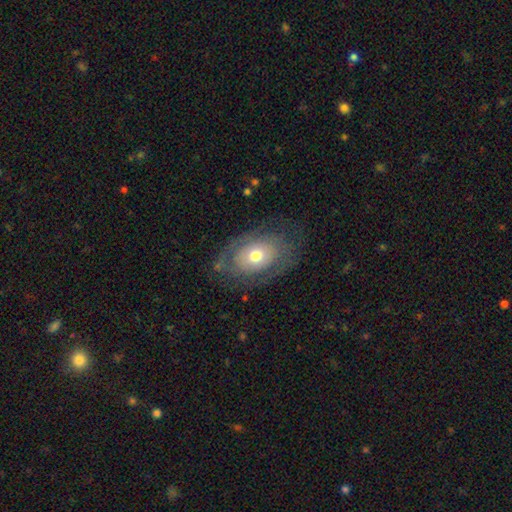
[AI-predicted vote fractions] Q: Smooth or featured?
A: featured or disk (50%); runner-up: smooth (42%)
Q: Merging?
A: none (69%); runner-up: minor disturbance (18%)